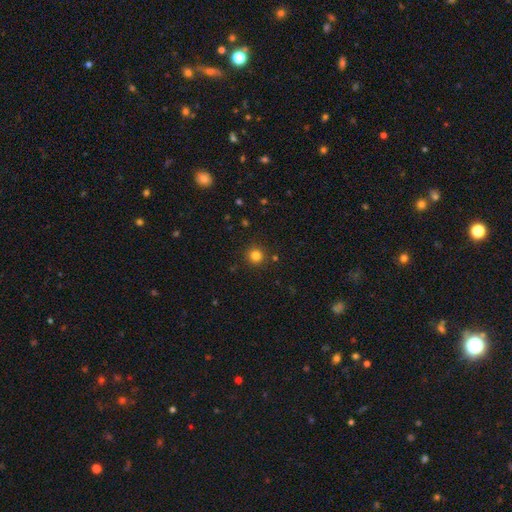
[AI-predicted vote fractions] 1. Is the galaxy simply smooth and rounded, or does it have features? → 81% smooth, 14% star or artifact, 5% featured or disk.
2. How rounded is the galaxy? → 95% round, 4% in between, 1% cigar-shaped.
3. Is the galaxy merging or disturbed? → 89% none, 6% minor disturbance, 2% merger, 2% major disturbance.